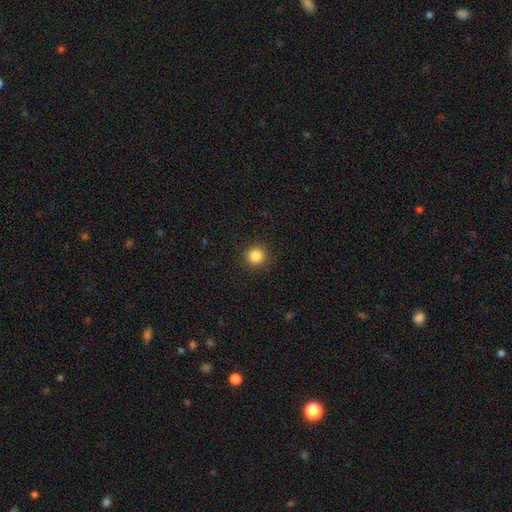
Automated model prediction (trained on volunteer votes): Morphology: type=smooth (85%); roundness=round (95%); merging=none (92%).